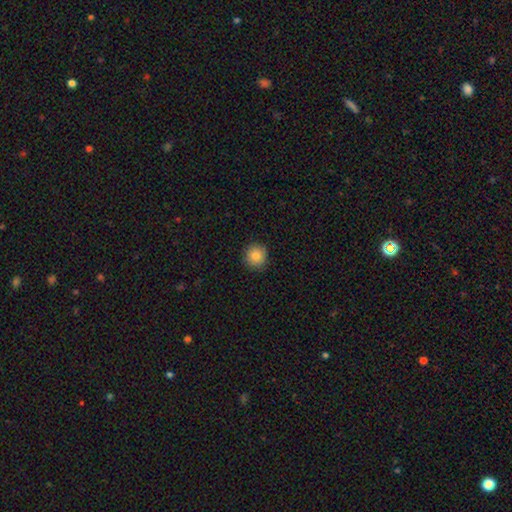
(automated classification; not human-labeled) Smooth or featured?
  - smooth: 85% *
  - star or artifact: 10%
  - featured or disk: 6%
How rounded?
  - round: 93% *
  - in between: 6%
  - cigar-shaped: 1%
Merging?
  - none: 90% *
  - minor disturbance: 7%
  - major disturbance: 2%
  - merger: 1%